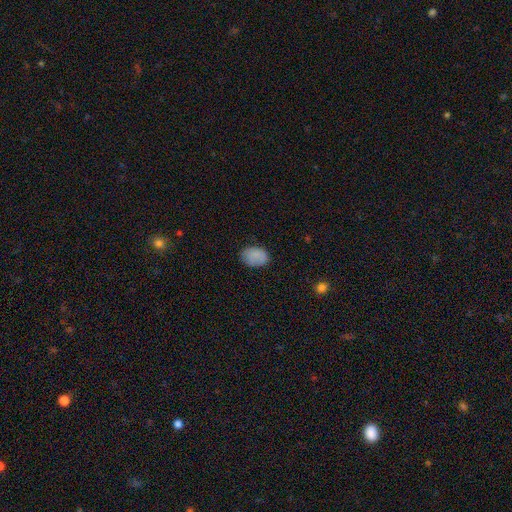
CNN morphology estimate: type=smooth (86%); roundness=in between (78%); merging=none (80%).